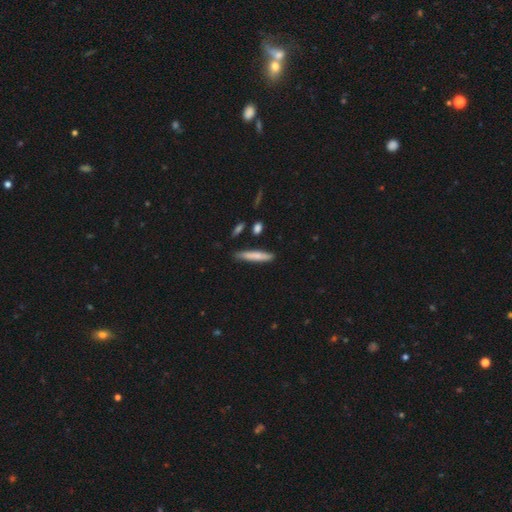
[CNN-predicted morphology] Smooth or featured? smooth (74%)
How rounded? cigar-shaped (90%)
Merging? none (83%)